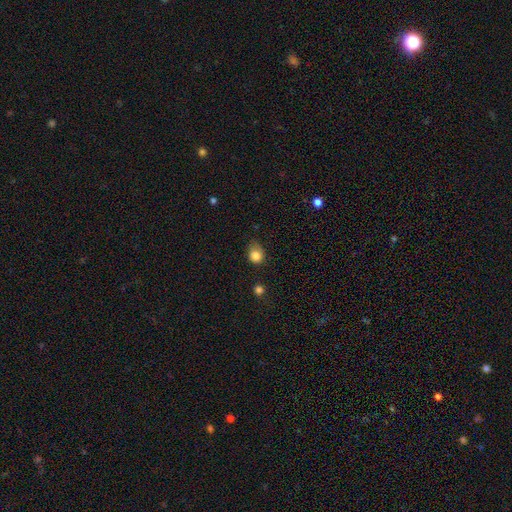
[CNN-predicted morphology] Smooth or featured: smooth — 82% (star or artifact — 10%)
How rounded: round — 59% (in between — 40%)
Merging: minor disturbance — 41% (tied with none — 41%)